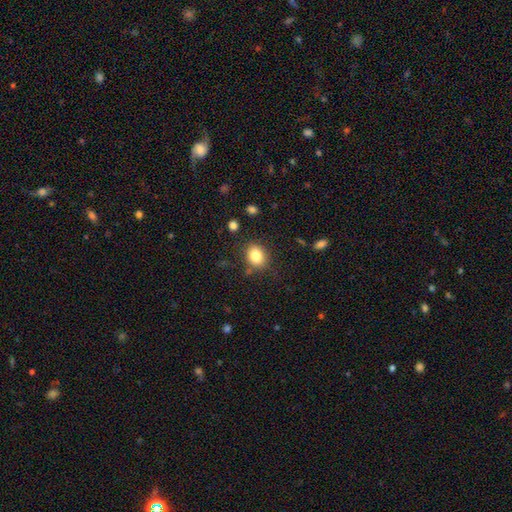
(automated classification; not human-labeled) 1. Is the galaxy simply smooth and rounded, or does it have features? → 83% smooth, 10% star or artifact, 7% featured or disk.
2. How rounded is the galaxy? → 52% in between, 47% round, 1% cigar-shaped.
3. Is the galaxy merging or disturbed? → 81% none, 12% minor disturbance, 4% major disturbance, 3% merger.